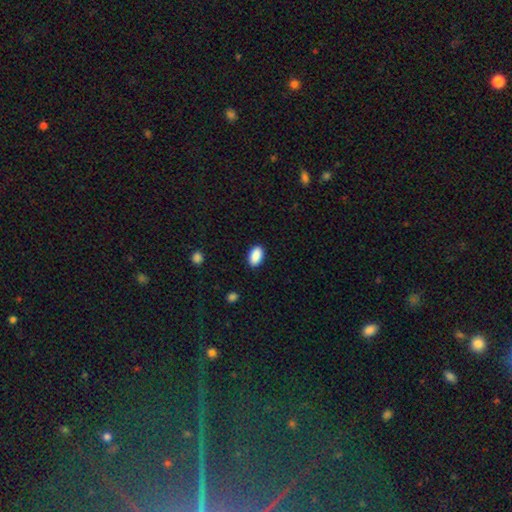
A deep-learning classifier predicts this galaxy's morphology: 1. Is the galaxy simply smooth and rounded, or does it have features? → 90% smooth, 7% star or artifact, 3% featured or disk.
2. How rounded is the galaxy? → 93% in between, 5% round, 2% cigar-shaped.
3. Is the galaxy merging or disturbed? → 89% none, 8% minor disturbance, 2% major disturbance, 1% merger.